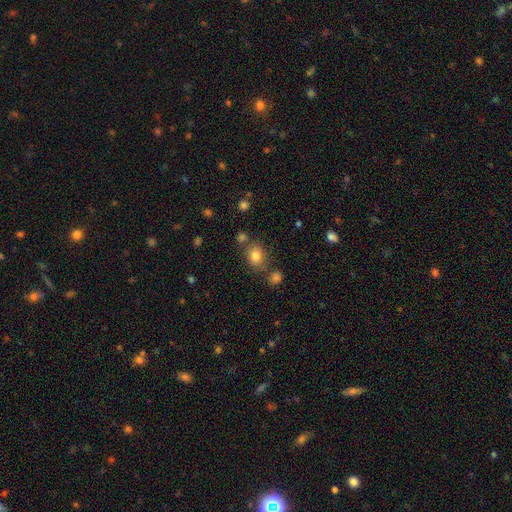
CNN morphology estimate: Smooth or featured?
  - smooth: 81% *
  - star or artifact: 12%
  - featured or disk: 7%
How rounded?
  - round: 59% *
  - in between: 40%
  - cigar-shaped: 1%
Merging?
  - none: 72% *
  - minor disturbance: 13%
  - merger: 11%
  - major disturbance: 4%